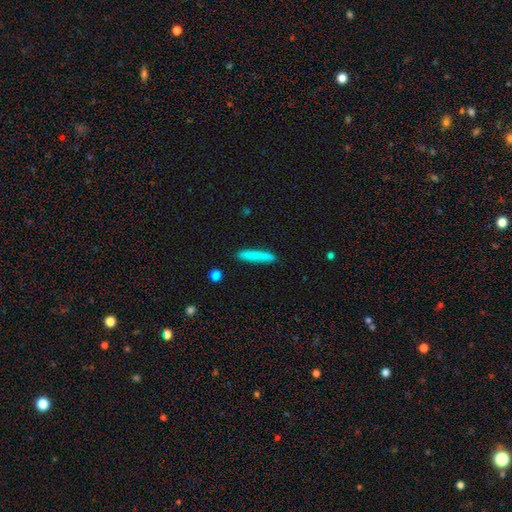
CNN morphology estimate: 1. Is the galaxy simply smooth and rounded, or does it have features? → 81% smooth, 12% featured or disk, 6% star or artifact.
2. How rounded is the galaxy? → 93% cigar-shaped, 6% in between, 1% round.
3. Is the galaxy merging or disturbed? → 87% none, 9% minor disturbance, 2% major disturbance, 2% merger.